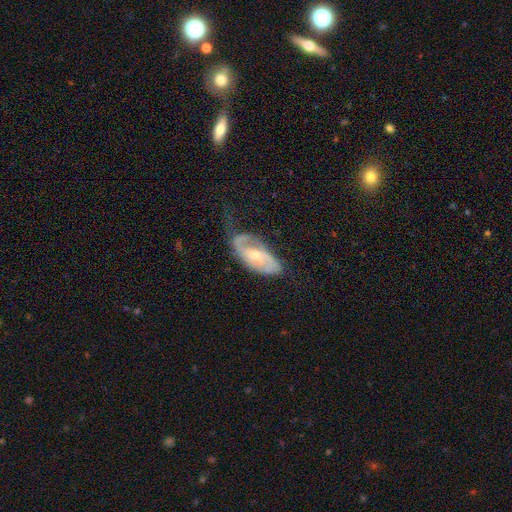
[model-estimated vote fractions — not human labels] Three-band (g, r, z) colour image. It shows a featured or disk galaxy (73%) with no bar (49%), 2 (59%) medium (40%) spiral arms (86%) and a moderate central bulge (56%). Merging: none (46%).